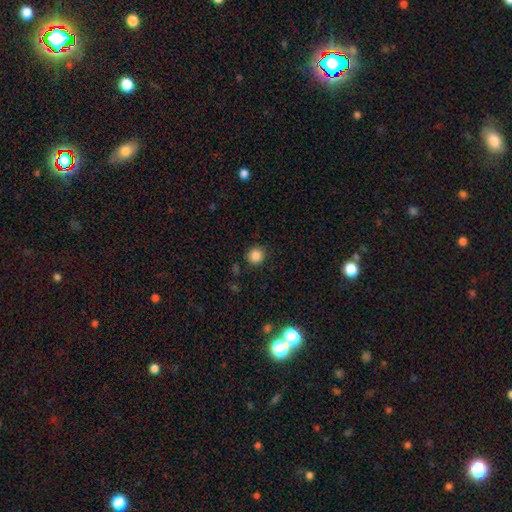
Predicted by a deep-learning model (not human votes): Smooth or featured: smooth — 85% (star or artifact — 11%)
How rounded: round — 92% (in between — 8%)
Merging: none — 88% (minor disturbance — 8%)